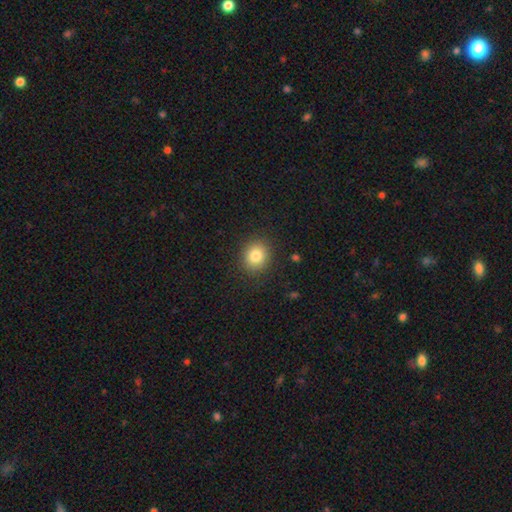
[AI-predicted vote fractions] The model was most divided on "how rounded": round: 76%, in between: 23%, cigar-shaped: 1%. More confident: merging — none (89%); smooth or featured — smooth (82%).